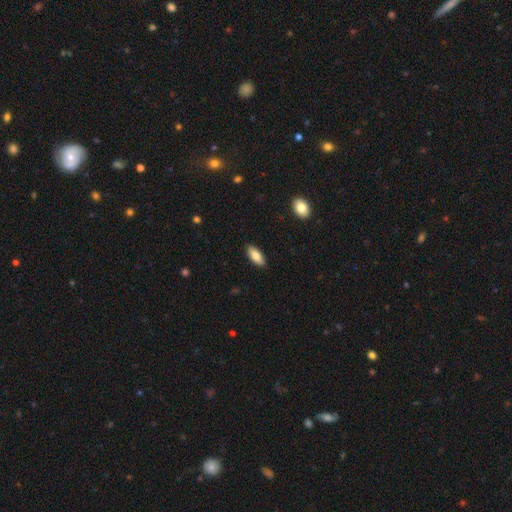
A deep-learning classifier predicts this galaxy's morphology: smooth 83%, featured or disk 11%, star or artifact 6%. Down the decision tree: how rounded — in between (84%); merging — none (89%).